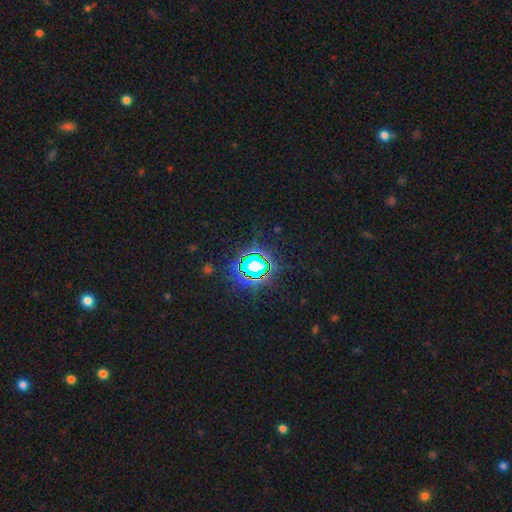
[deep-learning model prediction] A star or artifact, not a galaxy (78%).

Vote fractions:
- Smooth or featured? star or artifact: 78% / smooth: 13% / featured or disk: 9%